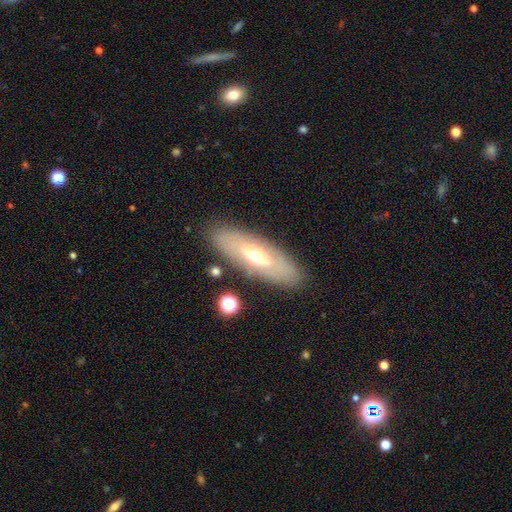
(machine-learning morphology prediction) A featured or disk galaxy (49%). Merging: none (84%).